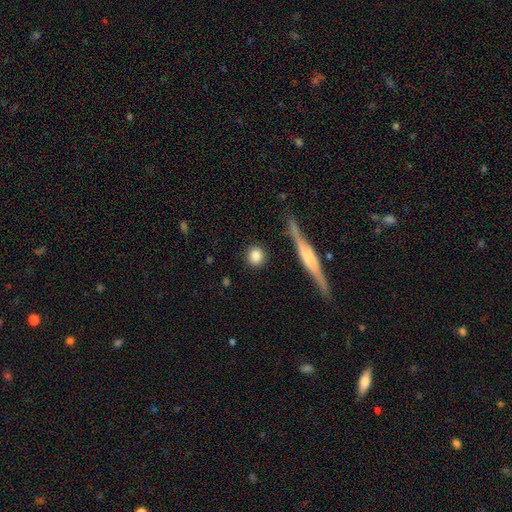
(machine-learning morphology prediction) smooth-or-featured: smooth: 83% | featured or disk: 10% | star or artifact: 8%
  how-rounded: round: 89% | in between: 8% | cigar-shaped: 3%
  merging: none: 88% | minor disturbance: 7% | merger: 3% | major disturbance: 3%